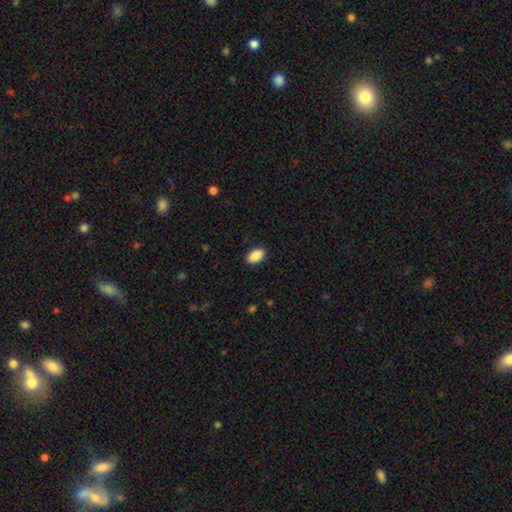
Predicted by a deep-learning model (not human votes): Overall: smooth (90%). How rounded: in between (93%). Merging: none (89%).